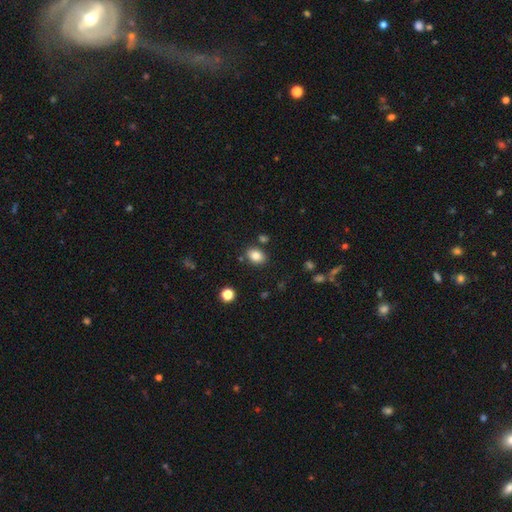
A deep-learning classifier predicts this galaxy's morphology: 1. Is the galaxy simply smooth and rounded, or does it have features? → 83% smooth, 10% star or artifact, 7% featured or disk.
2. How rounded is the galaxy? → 72% in between, 27% round, 1% cigar-shaped.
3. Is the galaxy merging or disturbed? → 82% none, 11% minor disturbance, 5% merger, 3% major disturbance.